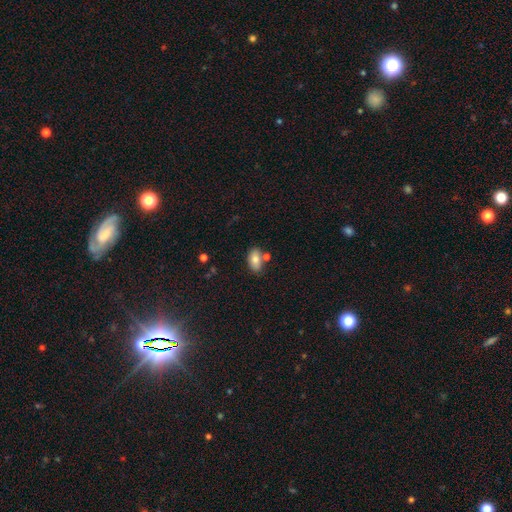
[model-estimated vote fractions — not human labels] Smooth or featured? Predicted: smooth (p=0.74). How rounded? Predicted: in between (p=0.90). Merging? Predicted: none (p=0.69).